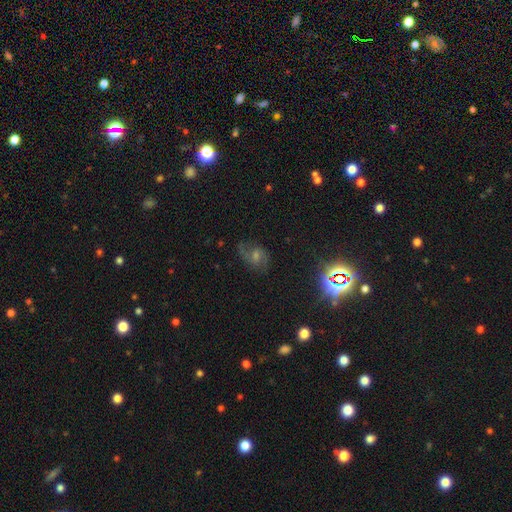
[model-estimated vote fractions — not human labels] The model was most divided on "smooth or featured": featured or disk: 49%, star or artifact: 32%, smooth: 19%. More confident: merging — none (67%).